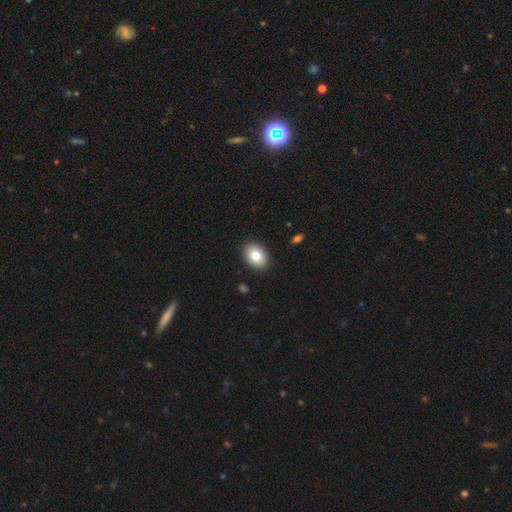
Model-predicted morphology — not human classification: smooth 81%, featured or disk 11%, star or artifact 8%. Down the decision tree: how rounded — in between (78%); merging — none (90%).